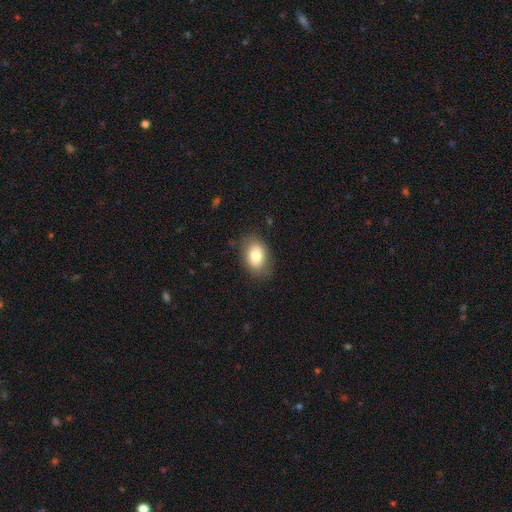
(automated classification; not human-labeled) smooth-or-featured: smooth: 80% | featured or disk: 12% | star or artifact: 8%
  how-rounded: in between: 80% | round: 18% | cigar-shaped: 1%
  merging: none: 78% | minor disturbance: 16% | major disturbance: 4% | merger: 1%